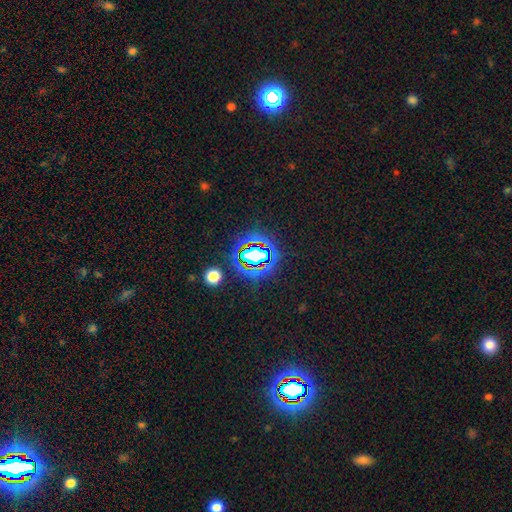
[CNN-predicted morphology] type=star or artifact (67%).